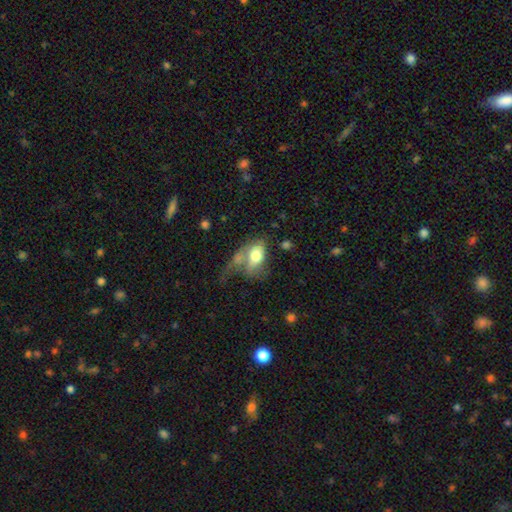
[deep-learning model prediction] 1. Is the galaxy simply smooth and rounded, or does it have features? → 64% smooth, 28% featured or disk, 8% star or artifact.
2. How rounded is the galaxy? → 85% in between, 12% round, 3% cigar-shaped.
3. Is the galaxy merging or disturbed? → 41% major disturbance, 23% merger, 19% none, 17% minor disturbance.